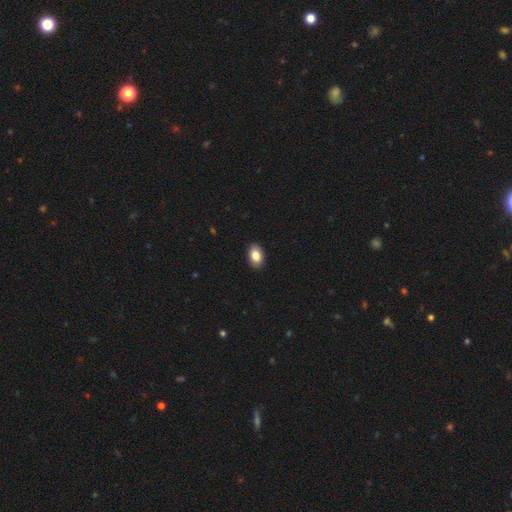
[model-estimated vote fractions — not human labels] Smooth or featured? smooth (85%)
How rounded? in between (87%)
Merging? none (91%)